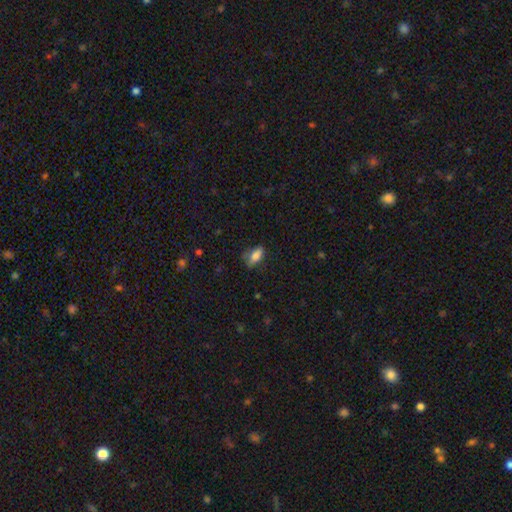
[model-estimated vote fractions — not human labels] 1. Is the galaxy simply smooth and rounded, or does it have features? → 79% smooth, 12% featured or disk, 9% star or artifact.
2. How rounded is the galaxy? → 85% in between, 10% cigar-shaped, 5% round.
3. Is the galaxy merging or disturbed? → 58% none, 30% minor disturbance, 10% major disturbance, 2% merger.